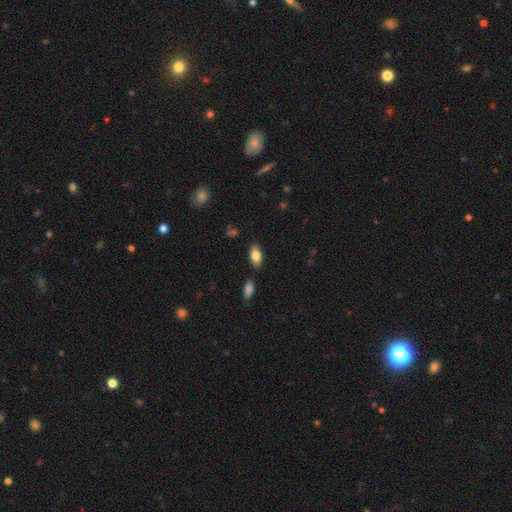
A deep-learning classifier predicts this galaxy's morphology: This is clearly a smooth galaxy (82%). How rounded: clearly in between (91%). Merging: clearly none (83%).